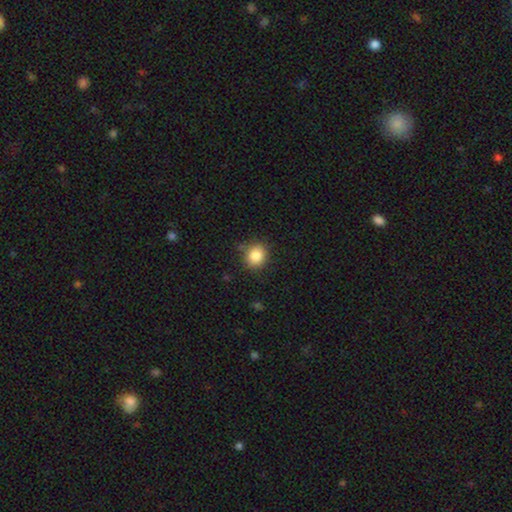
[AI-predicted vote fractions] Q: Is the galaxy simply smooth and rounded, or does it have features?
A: smooth — 85%.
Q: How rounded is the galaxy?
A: round — 76%.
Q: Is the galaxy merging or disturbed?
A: none — 79%.